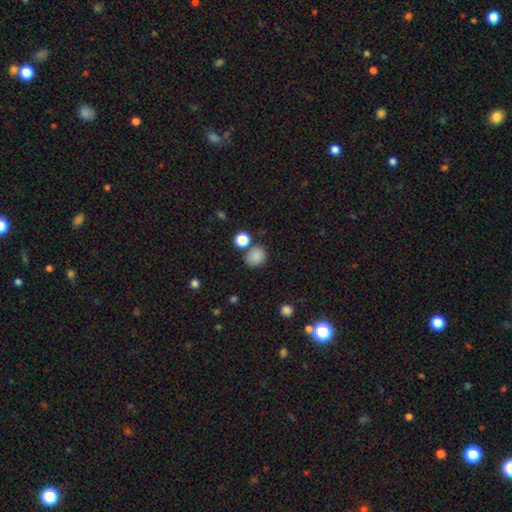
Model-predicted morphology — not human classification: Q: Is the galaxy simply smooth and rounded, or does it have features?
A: smooth — 85%.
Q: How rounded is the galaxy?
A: round — 70%.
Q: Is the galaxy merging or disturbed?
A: none — 72%.